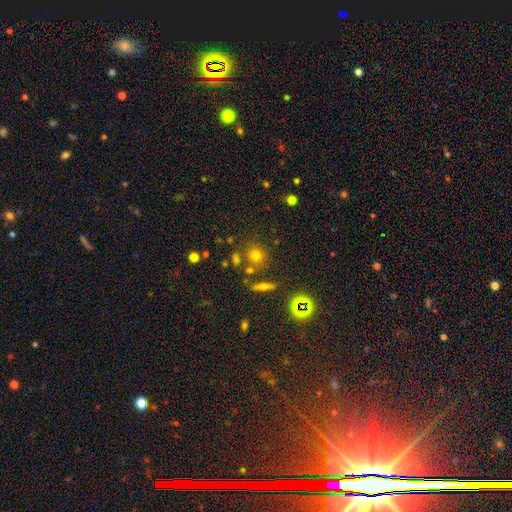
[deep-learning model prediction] Smooth or featured? Predicted: smooth (p=0.69). How rounded? Predicted: round (p=0.86). Merging? Predicted: none (p=0.73).